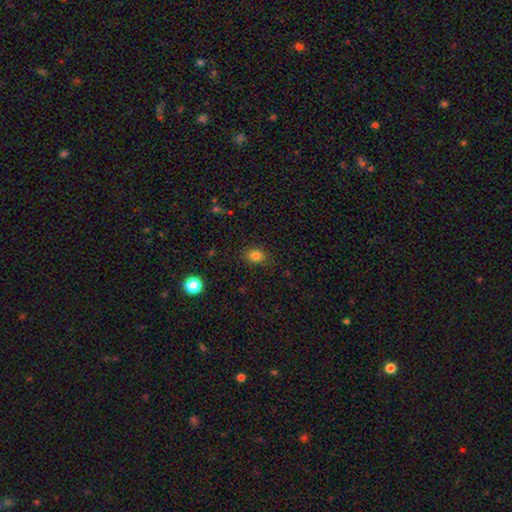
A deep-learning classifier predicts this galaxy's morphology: A smooth galaxy with no disk features (82%) that is round (50%).

Vote fractions:
- Smooth or featured? smooth: 82% / star or artifact: 13% / featured or disk: 5%
- How rounded? round: 50% / in between: 49% / cigar-shaped: 1%
- Merging? none: 84% / minor disturbance: 12% / major disturbance: 3% / merger: 1%